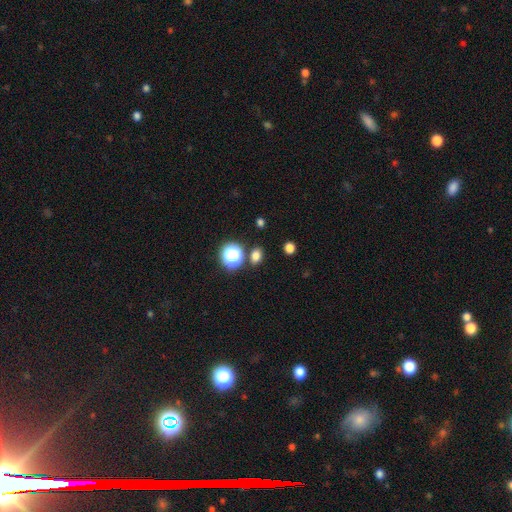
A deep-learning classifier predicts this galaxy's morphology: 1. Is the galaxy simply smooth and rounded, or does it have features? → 75% smooth, 20% star or artifact, 6% featured or disk.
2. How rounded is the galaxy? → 57% in between, 41% round, 2% cigar-shaped.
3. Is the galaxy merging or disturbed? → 82% none, 9% minor disturbance, 6% merger, 3% major disturbance.